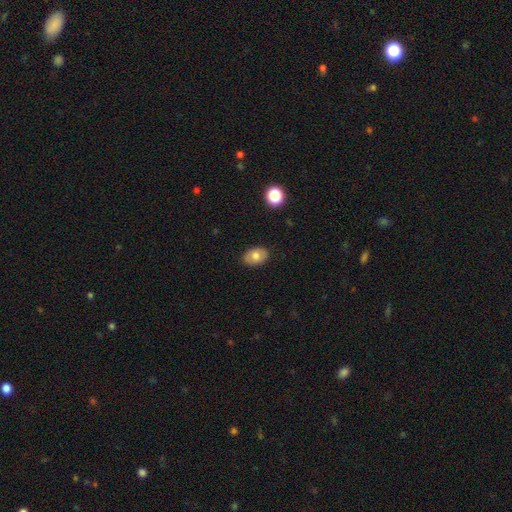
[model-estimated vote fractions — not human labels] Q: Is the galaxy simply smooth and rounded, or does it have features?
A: smooth — 74%.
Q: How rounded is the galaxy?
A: in between — 84%.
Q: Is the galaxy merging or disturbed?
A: none — 87%.